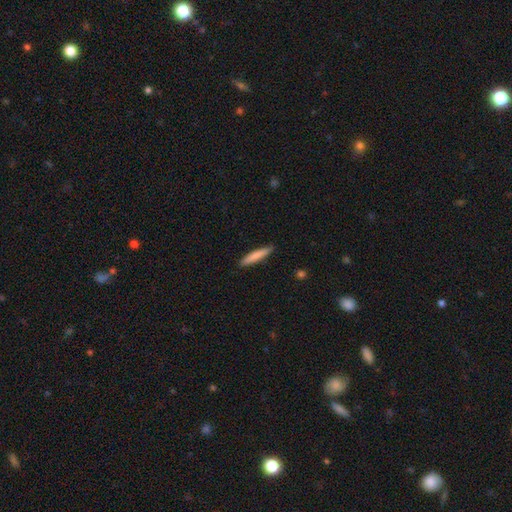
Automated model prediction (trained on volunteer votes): Smooth or featured? Predicted: smooth (p=0.81). How rounded? Predicted: cigar-shaped (p=0.91). Merging? Predicted: none (p=0.89).